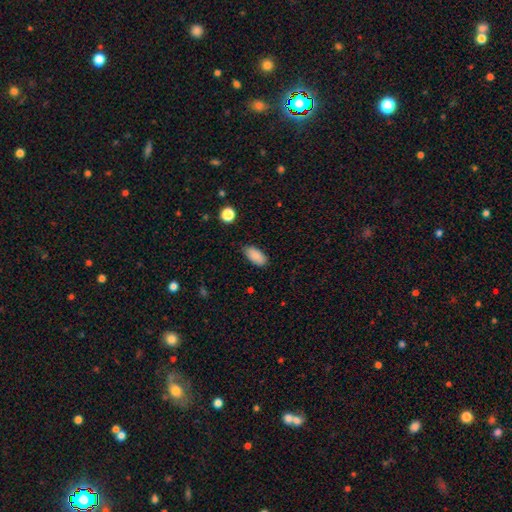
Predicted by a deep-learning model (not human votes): smooth-or-featured: smooth: 88% | star or artifact: 8% | featured or disk: 4%
  how-rounded: in between: 92% | cigar-shaped: 6% | round: 3%
  merging: none: 80% | minor disturbance: 15% | major disturbance: 3% | merger: 1%